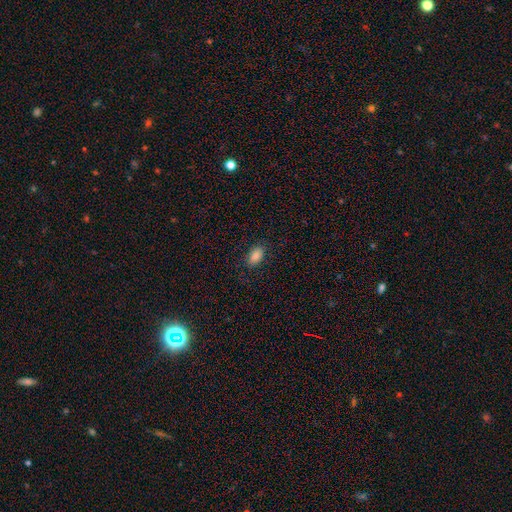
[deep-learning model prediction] Smooth or featured? smooth (84%)
How rounded? in between (92%)
Merging? none (85%)